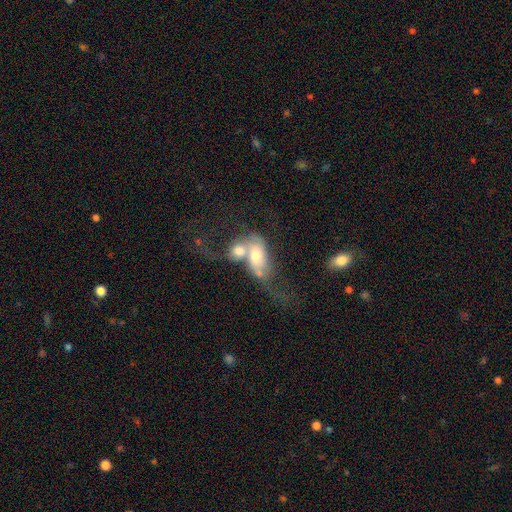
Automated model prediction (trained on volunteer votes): This is possibly a smooth galaxy (47%). Merging: likely merger (76%).